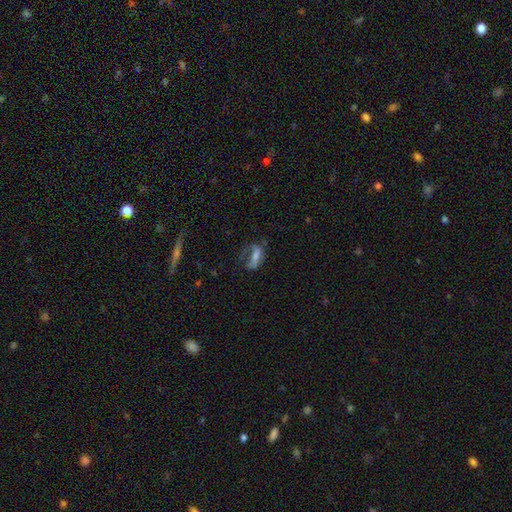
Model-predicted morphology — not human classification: type=smooth (42%, tied with featured or disk); merging=major disturbance (38%).